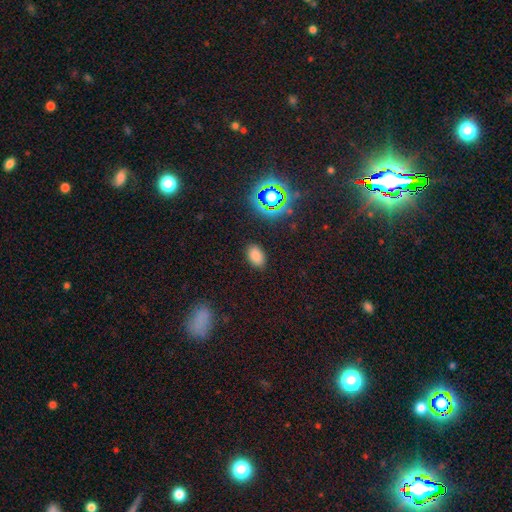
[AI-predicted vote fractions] Morphology: type=smooth (78%); roundness=in between (88%); merging=none (86%).